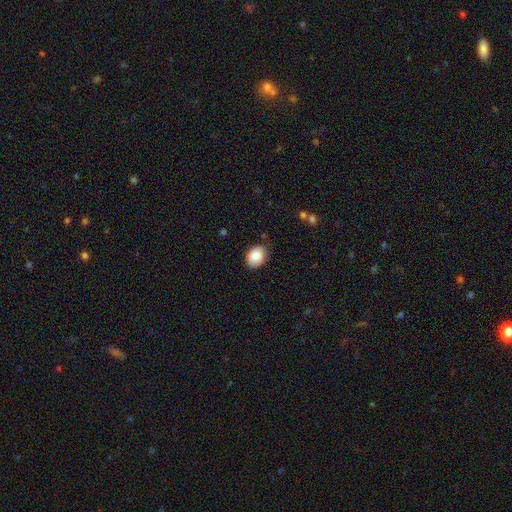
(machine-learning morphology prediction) A smooth galaxy with no disk features (84%) that is in between round and cigar-shaped (67%).

Vote fractions:
- Smooth or featured? smooth: 84% / featured or disk: 8% / star or artifact: 7%
- How rounded? in between: 67% / round: 32% / cigar-shaped: 1%
- Merging? none: 77% / minor disturbance: 19% / major disturbance: 3% / merger: 1%